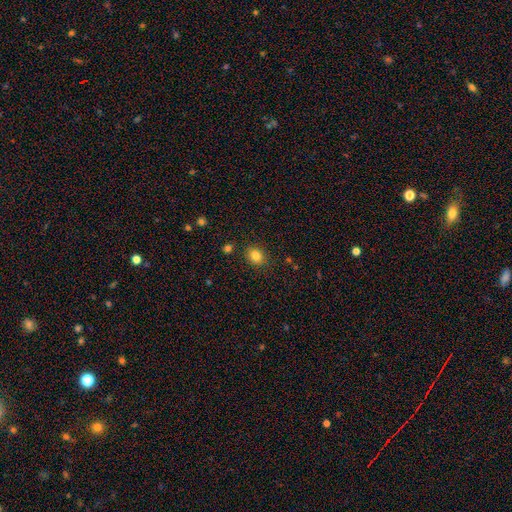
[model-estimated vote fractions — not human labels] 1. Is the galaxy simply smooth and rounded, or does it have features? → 83% smooth, 11% star or artifact, 6% featured or disk.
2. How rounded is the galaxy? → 52% round, 47% in between, 1% cigar-shaped.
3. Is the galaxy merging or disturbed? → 86% none, 10% minor disturbance, 3% major disturbance, 2% merger.